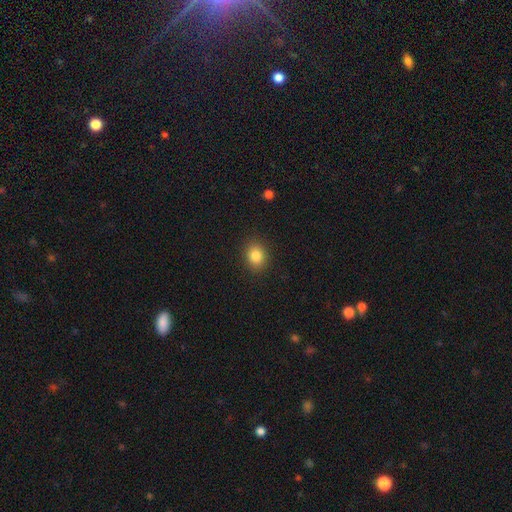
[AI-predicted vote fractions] Smooth or featured? smooth (83%)
How rounded? round (50%)
Merging? none (89%)